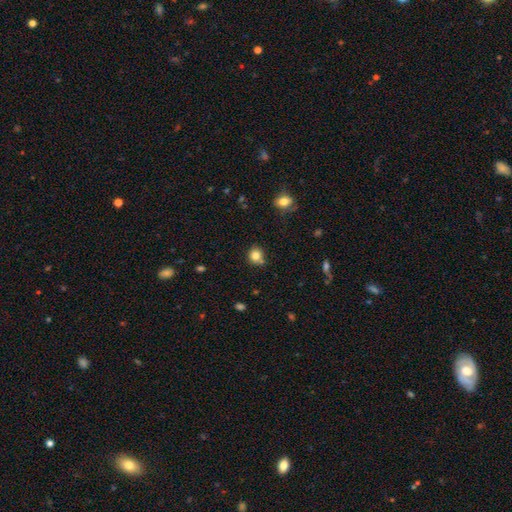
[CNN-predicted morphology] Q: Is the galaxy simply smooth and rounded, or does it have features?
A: smooth — 82%.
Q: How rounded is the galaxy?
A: round — 84%.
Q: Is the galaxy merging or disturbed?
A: none — 73%.